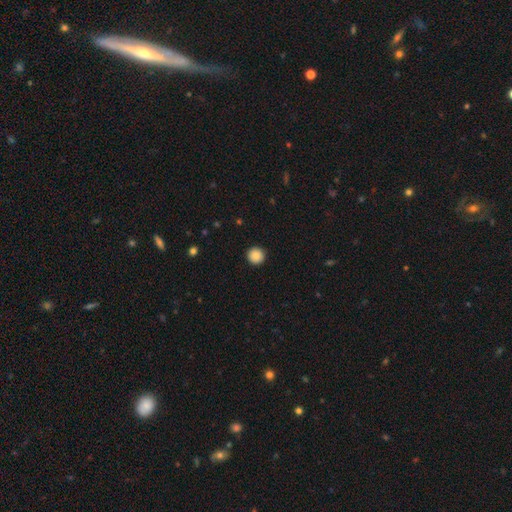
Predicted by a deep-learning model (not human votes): A smooth galaxy with no disk features (87%) that is round (96%).

Vote fractions:
- Smooth or featured? smooth: 87% / star or artifact: 9% / featured or disk: 4%
- How rounded? round: 96% / in between: 3% / cigar-shaped: 1%
- Merging? none: 93% / minor disturbance: 5% / major disturbance: 2% / merger: 1%